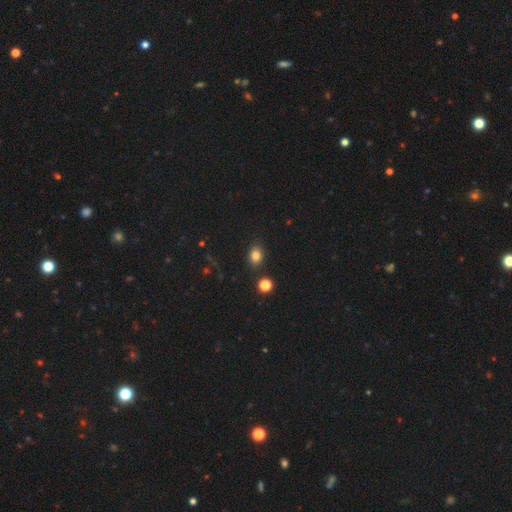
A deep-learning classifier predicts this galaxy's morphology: This is clearly a smooth galaxy (81%). How rounded: possibly in between (52%). Merging: clearly none (84%).